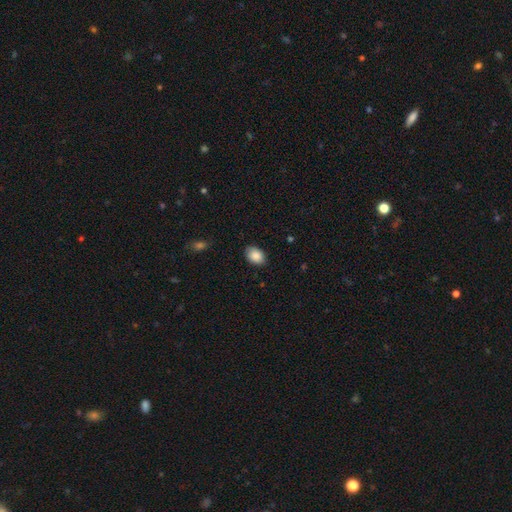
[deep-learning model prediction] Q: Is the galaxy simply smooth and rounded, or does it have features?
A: smooth — 87%.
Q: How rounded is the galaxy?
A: in between — 83%.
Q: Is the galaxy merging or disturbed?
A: none — 83%.